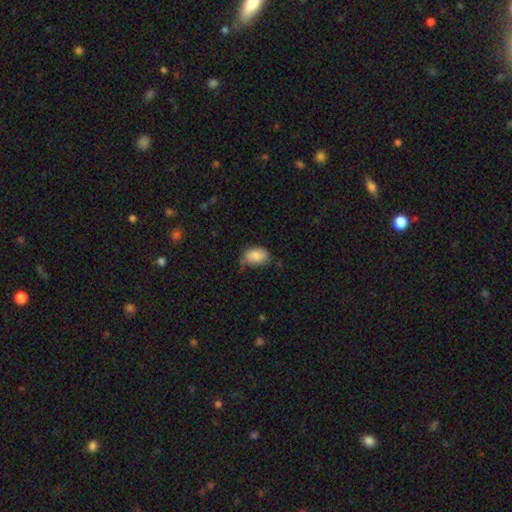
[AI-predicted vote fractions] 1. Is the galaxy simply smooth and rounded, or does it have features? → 84% smooth, 9% featured or disk, 7% star or artifact.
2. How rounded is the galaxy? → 84% in between, 15% round, 1% cigar-shaped.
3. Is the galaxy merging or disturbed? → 53% none, 35% minor disturbance, 9% major disturbance, 3% merger.